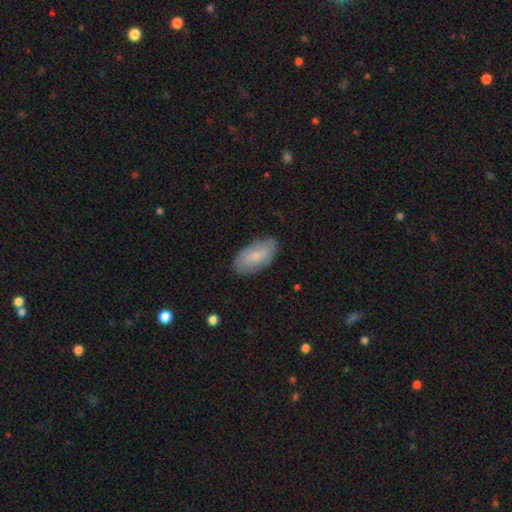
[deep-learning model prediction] This appears to be a smooth galaxy with no disk features (72%) that is in between round and cigar-shaped (94%). Merging: none (79%).